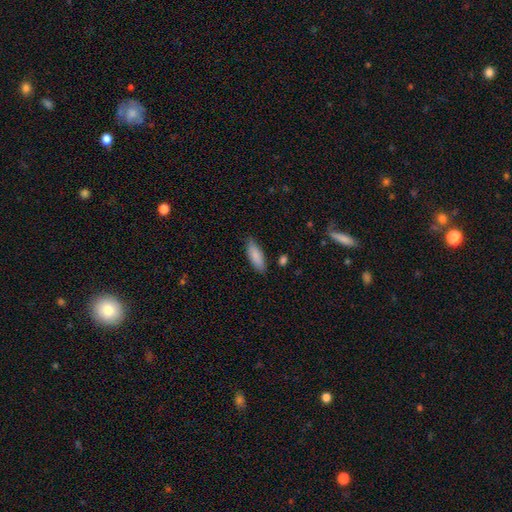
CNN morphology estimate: Overall: smooth (86%). How rounded: in between (64%; cigar-shaped 35%). Merging: none (81%).